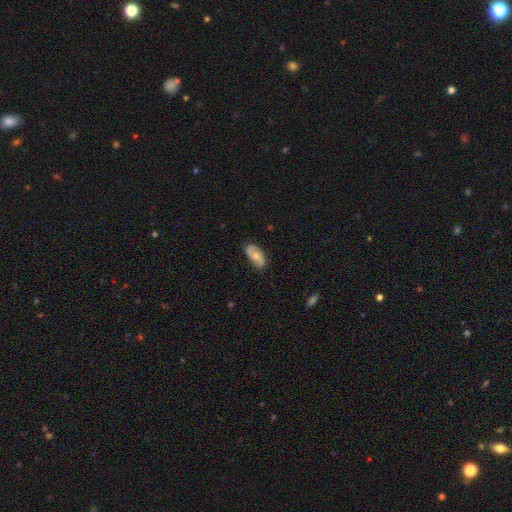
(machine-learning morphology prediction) A smooth galaxy with no disk features (60%) that is in between round and cigar-shaped (91%).

Vote fractions:
- Smooth or featured? smooth: 60% / featured or disk: 34% / star or artifact: 6%
- How rounded? in between: 91% / cigar-shaped: 5% / round: 3%
- Merging? none: 75% / minor disturbance: 20% / major disturbance: 3% / merger: 1%